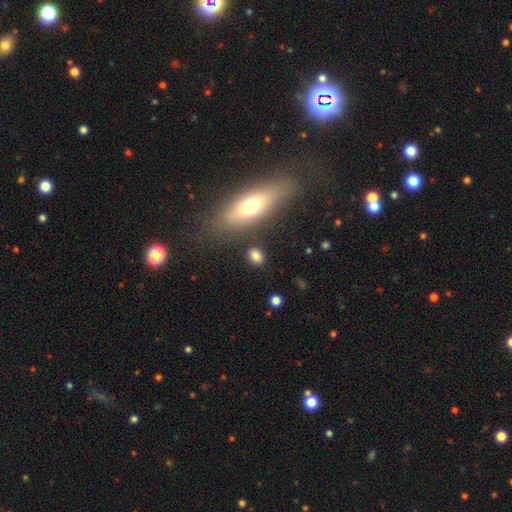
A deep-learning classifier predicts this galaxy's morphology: Smooth or featured: smooth — 81% (star or artifact — 10%)
How rounded: in between — 58% (round — 37%)
Merging: none — 82% (minor disturbance — 10%)